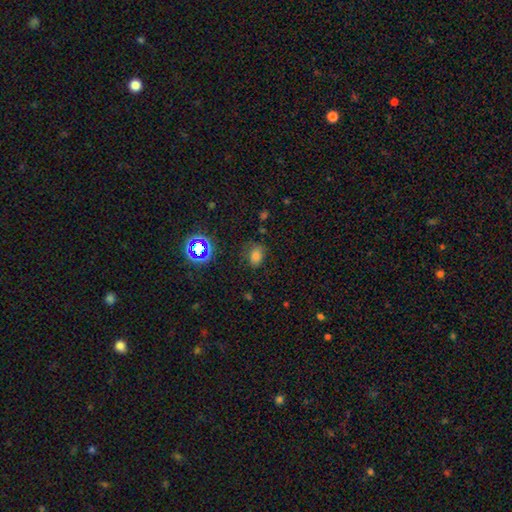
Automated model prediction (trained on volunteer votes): Morphology: type=smooth (70%); roundness=in between (68%); merging=none (68%).